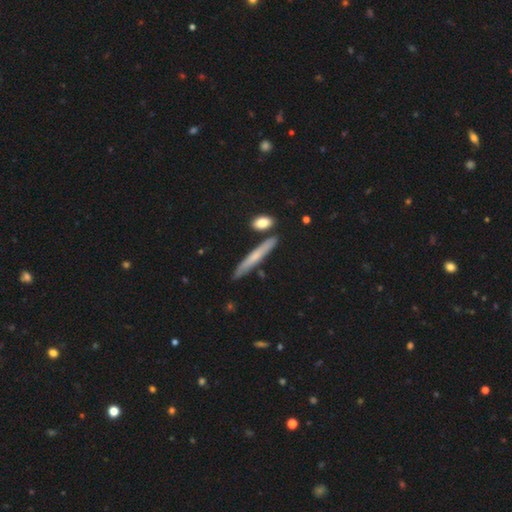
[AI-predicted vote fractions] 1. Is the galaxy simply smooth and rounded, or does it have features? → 55% smooth, 38% featured or disk, 6% star or artifact.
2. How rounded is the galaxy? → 93% cigar-shaped, 5% in between, 2% round.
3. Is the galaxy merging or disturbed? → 84% none, 9% minor disturbance, 5% merger, 2% major disturbance.